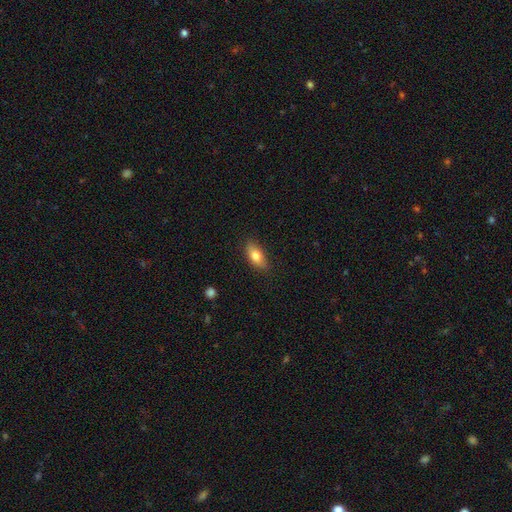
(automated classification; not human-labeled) smooth 79%, featured or disk 14%, star or artifact 7%. Down the decision tree: how rounded — in between (85%); merging — none (85%).